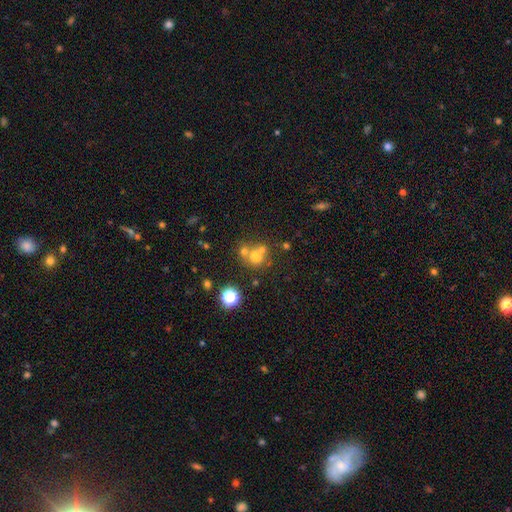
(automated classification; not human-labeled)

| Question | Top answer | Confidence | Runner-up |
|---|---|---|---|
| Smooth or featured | smooth | 63% | star or artifact (21%) |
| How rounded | round | 84% | in between (15%) |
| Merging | none | 47% | merger (41%) |